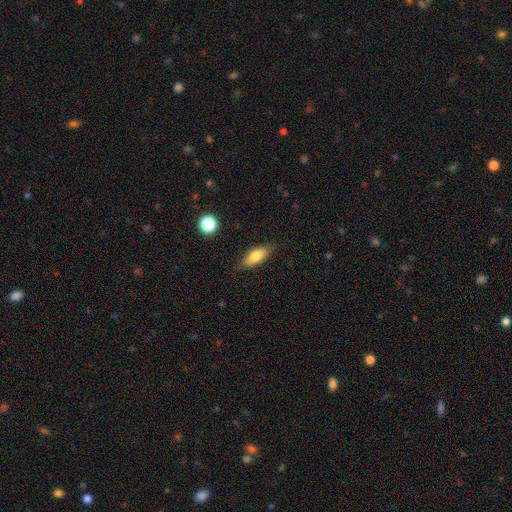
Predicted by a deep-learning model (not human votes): Smooth or featured? Predicted: smooth (p=0.72). How rounded? Predicted: in between (p=0.68). Merging? Predicted: none (p=0.82).